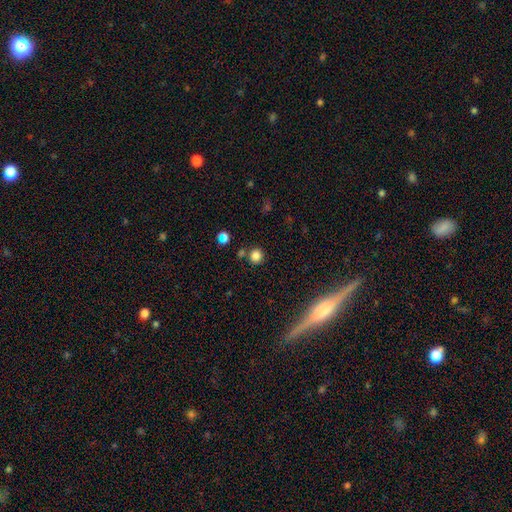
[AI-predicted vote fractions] Smooth or featured? Predicted: smooth (p=0.81). How rounded? Predicted: round (p=0.88). Merging? Predicted: none (p=0.79).